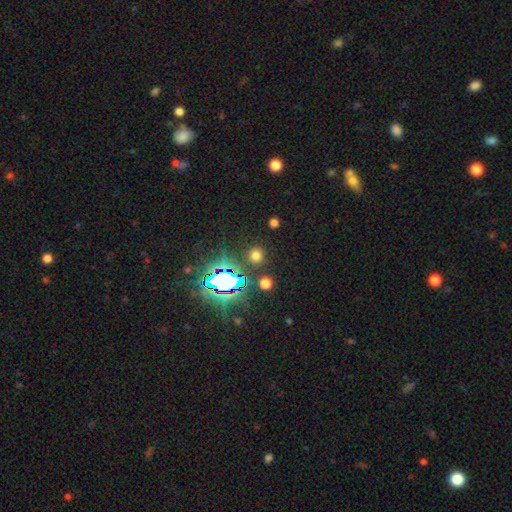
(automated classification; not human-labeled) This appears to be a smooth galaxy with no disk features (61%) that is round (90%). Merging: none (86%).